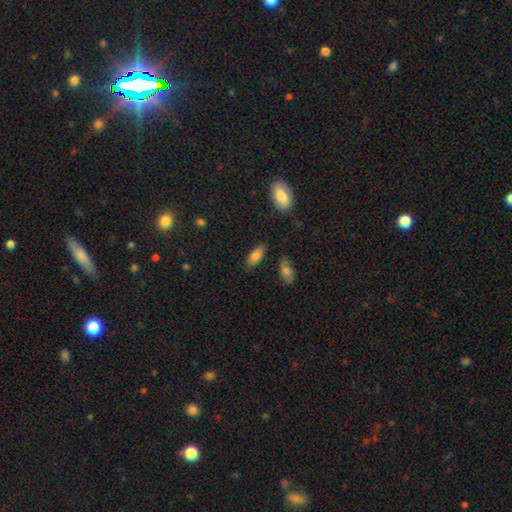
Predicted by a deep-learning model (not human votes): Overall: smooth (81%). How rounded: in between (82%). Merging: none (83%).